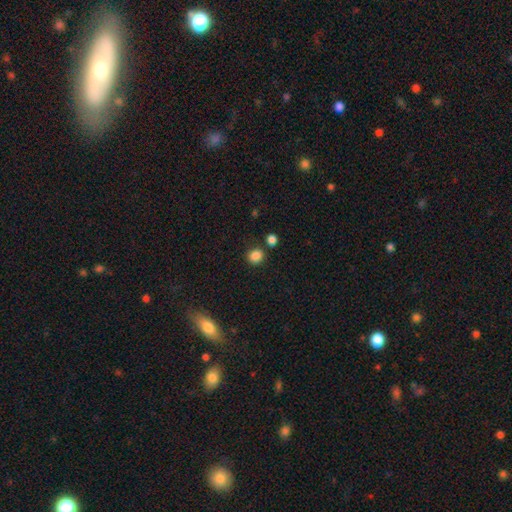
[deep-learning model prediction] This appears to be a smooth galaxy with no disk features (86%) that is round (79%). Merging: none (79%).